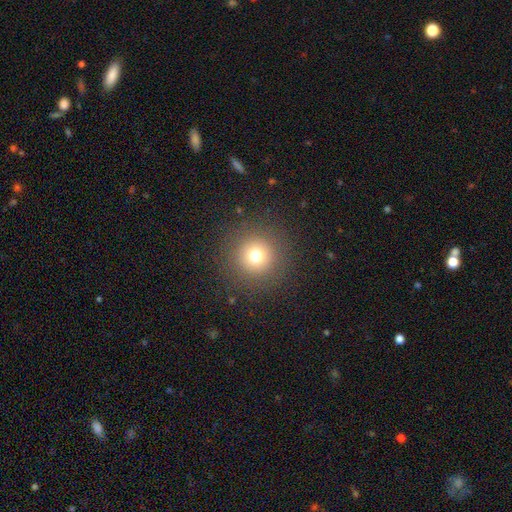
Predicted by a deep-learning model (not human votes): A smooth galaxy with no disk features (73%) that is round (96%). Merging: none (90%).